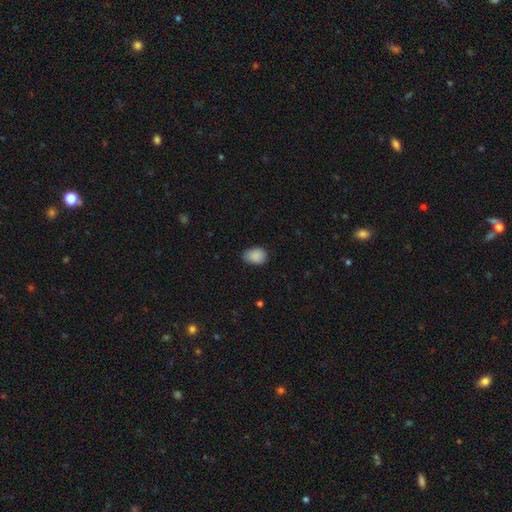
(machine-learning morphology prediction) Smooth or featured? Predicted: smooth (p=0.88). How rounded? Predicted: in between (p=0.71). Merging? Predicted: none (p=0.68).